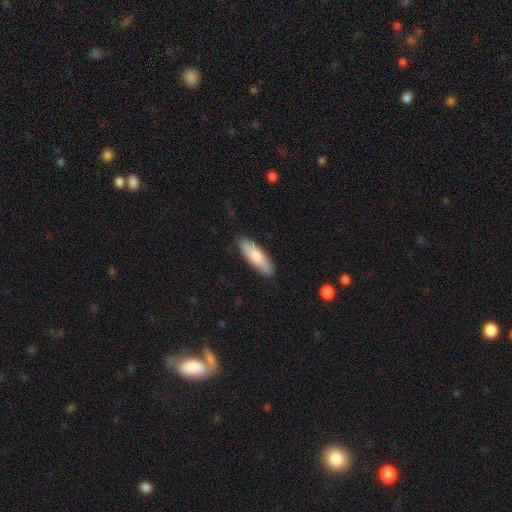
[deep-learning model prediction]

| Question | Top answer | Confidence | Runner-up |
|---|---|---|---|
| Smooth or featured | smooth | 79% | featured or disk (16%) |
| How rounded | in between | 50% | cigar-shaped (48%) |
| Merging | none | 86% | minor disturbance (11%) |